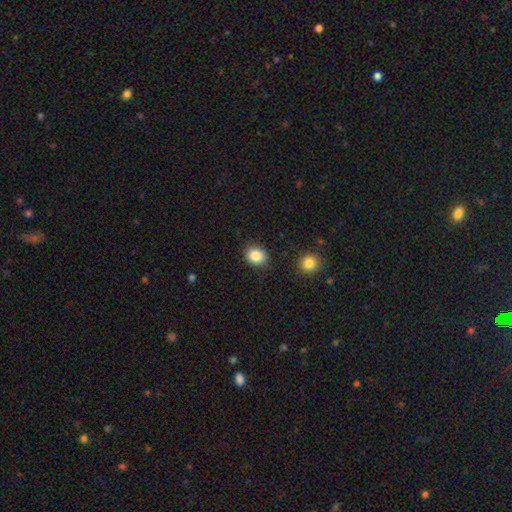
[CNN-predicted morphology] Q: Smooth or featured?
A: smooth (86%); runner-up: star or artifact (9%)
Q: How rounded?
A: round (65%); runner-up: in between (34%)
Q: Merging?
A: none (84%); runner-up: minor disturbance (10%)